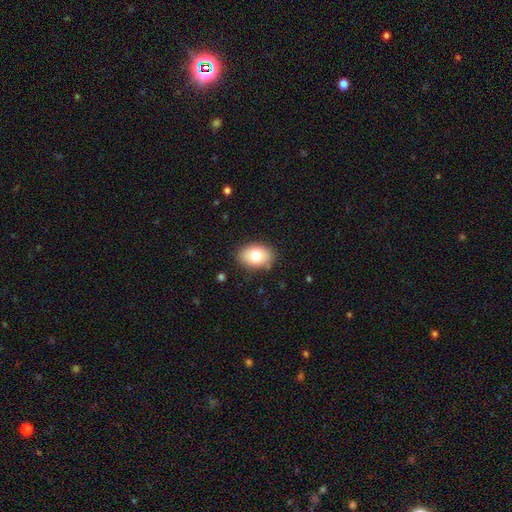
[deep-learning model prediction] This is likely a smooth galaxy (78%). How rounded: clearly in between (84%). Merging: clearly none (84%).